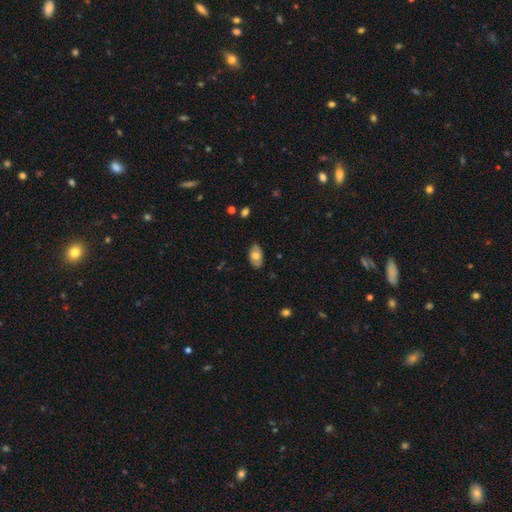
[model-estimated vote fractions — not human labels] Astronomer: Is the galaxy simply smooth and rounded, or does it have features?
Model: smooth — 67%.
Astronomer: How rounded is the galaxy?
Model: in between — 92%.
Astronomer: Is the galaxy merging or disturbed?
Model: none — 80%.